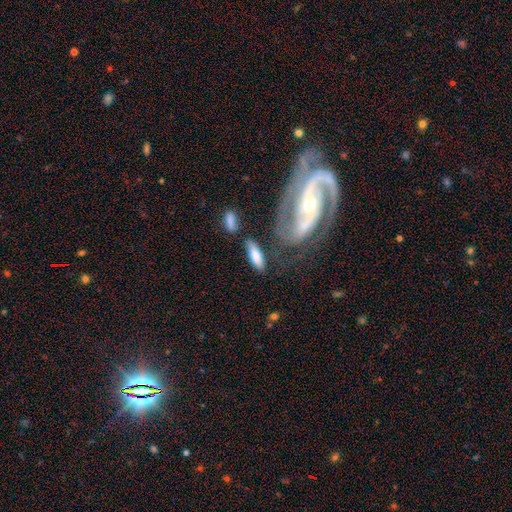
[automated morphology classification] smooth_or_featured: smooth (p=0.75) [alt: featured or disk p=0.19]
how_rounded: in between (p=0.54) [alt: cigar-shaped p=0.44]
merging: none (p=0.61) [alt: minor disturbance p=0.17]